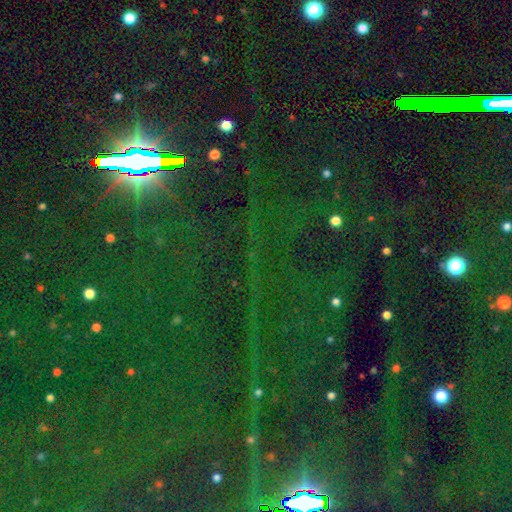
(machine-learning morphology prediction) smooth_or_featured: star or artifact (p=0.85) [alt: smooth p=0.08]